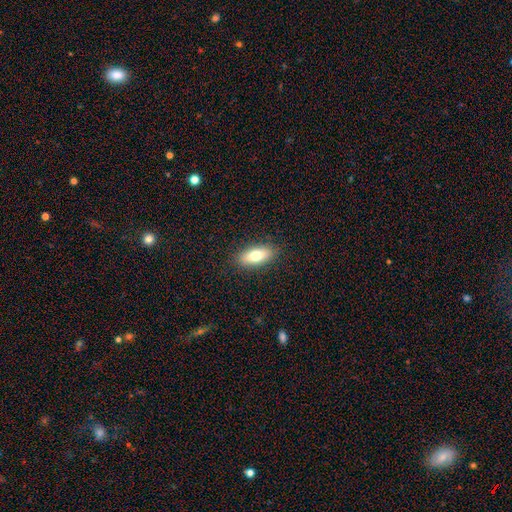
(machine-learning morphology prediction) Q: Smooth or featured?
A: smooth (72%); runner-up: featured or disk (21%)
Q: How rounded?
A: in between (79%); runner-up: cigar-shaped (17%)
Q: Merging?
A: none (88%); runner-up: minor disturbance (9%)